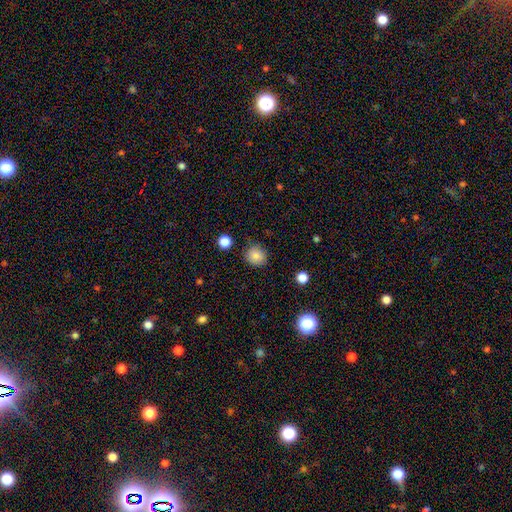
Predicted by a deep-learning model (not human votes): Smooth or featured?
  - smooth: 84% *
  - star or artifact: 11%
  - featured or disk: 5%
How rounded?
  - round: 87% *
  - in between: 12%
  - cigar-shaped: 1%
Merging?
  - none: 85% *
  - minor disturbance: 11%
  - major disturbance: 3%
  - merger: 2%